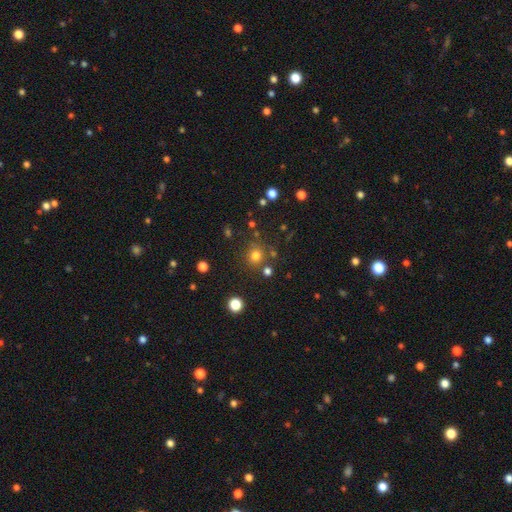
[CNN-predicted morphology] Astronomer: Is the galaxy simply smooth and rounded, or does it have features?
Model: smooth — 76%.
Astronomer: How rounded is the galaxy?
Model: round — 87%.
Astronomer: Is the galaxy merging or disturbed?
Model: none — 79%.